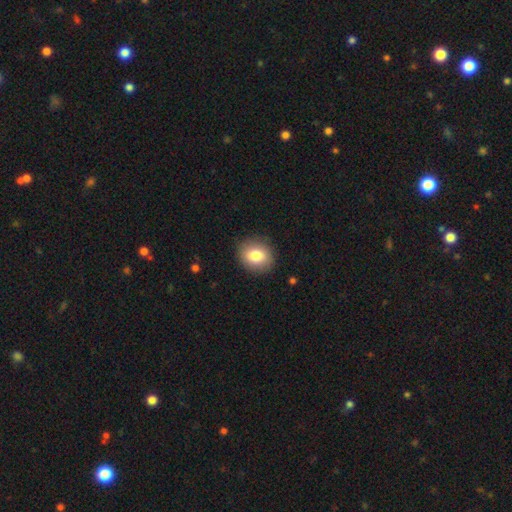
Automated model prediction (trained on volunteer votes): Smooth or featured? Predicted: smooth (p=0.81). How rounded? Predicted: round (p=0.65). Merging? Predicted: none (p=0.88).